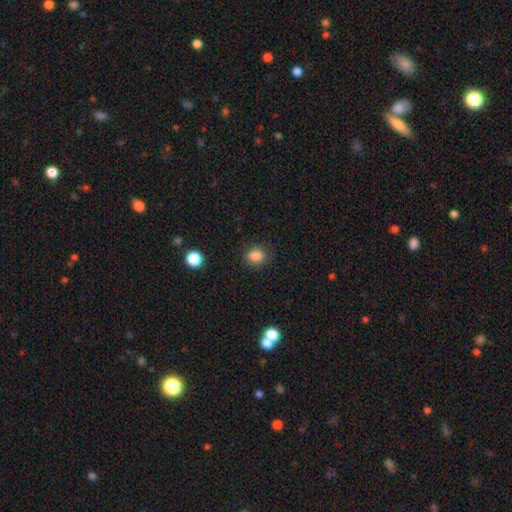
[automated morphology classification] This appears to be a smooth galaxy with no disk features (85%) that is round (68%). Merging: none (81%).